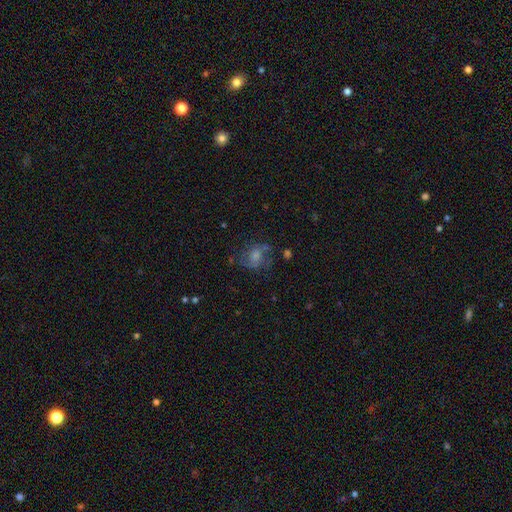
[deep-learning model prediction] The model was most divided on "smooth or featured": featured or disk: 46%, smooth: 41%, star or artifact: 13%. More confident: merging — none (54%).